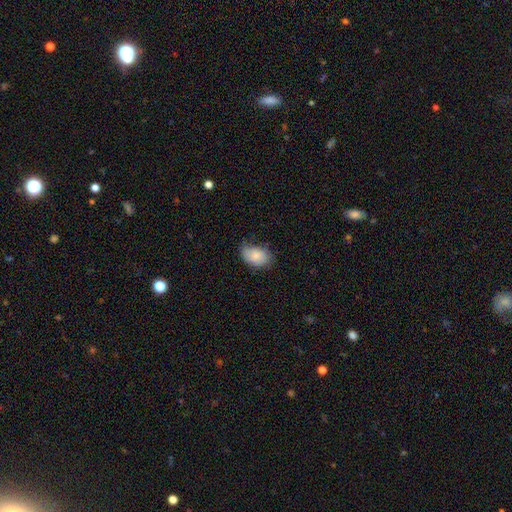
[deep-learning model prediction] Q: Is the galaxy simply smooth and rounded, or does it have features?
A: smooth — 80%.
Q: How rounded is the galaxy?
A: in between — 87%.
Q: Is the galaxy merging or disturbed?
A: none — 55%.